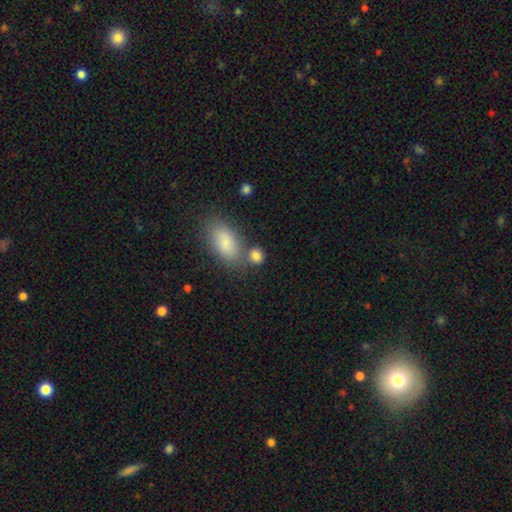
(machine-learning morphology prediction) Smooth or featured? smooth (84%)
How rounded? round (54%)
Merging? none (61%)